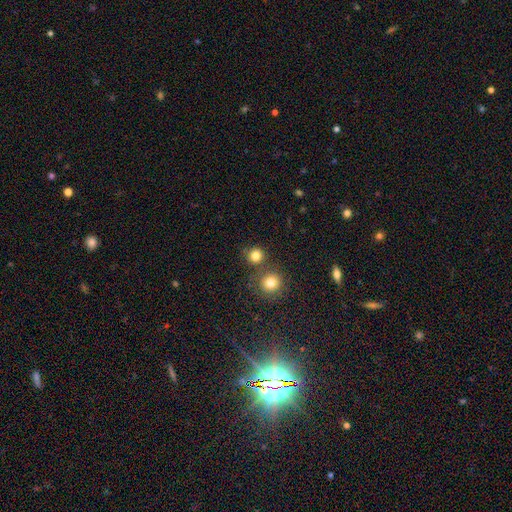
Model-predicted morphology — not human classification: smooth 81%, star or artifact 14%, featured or disk 6%. Down the decision tree: how rounded — round (90%); merging — none (72%).